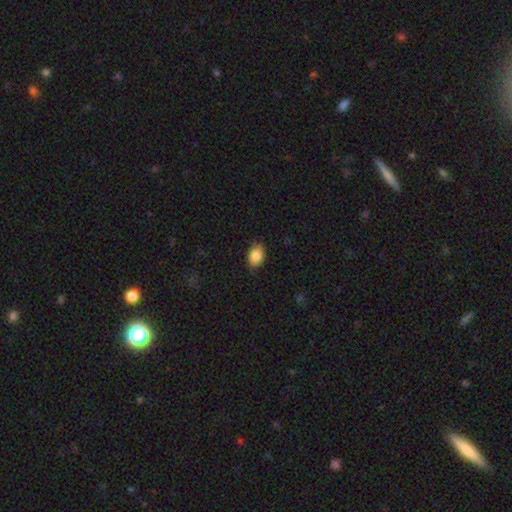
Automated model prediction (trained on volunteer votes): Smooth or featured: smooth — 86% (star or artifact — 8%)
How rounded: in between — 75% (round — 23%)
Merging: none — 81% (minor disturbance — 15%)